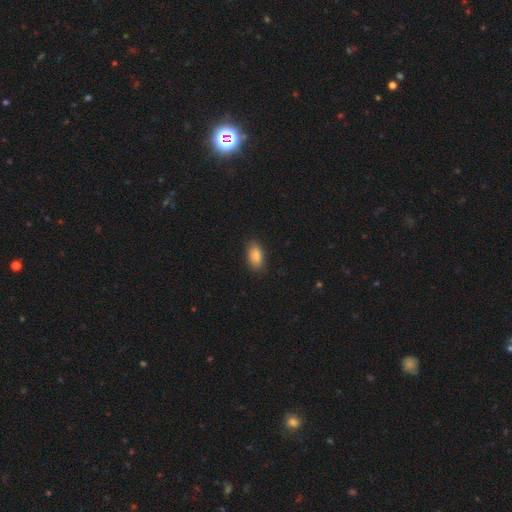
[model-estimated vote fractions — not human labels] Q: Smooth or featured?
A: smooth (88%); runner-up: star or artifact (7%)
Q: How rounded?
A: in between (91%); runner-up: cigar-shaped (5%)
Q: Merging?
A: none (85%); runner-up: minor disturbance (11%)